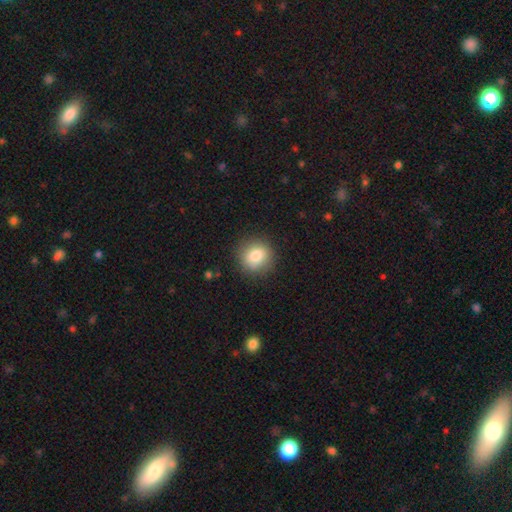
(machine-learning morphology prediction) Smooth or featured?
  - smooth: 83% *
  - star or artifact: 9%
  - featured or disk: 8%
How rounded?
  - round: 86% *
  - in between: 13%
  - cigar-shaped: 1%
Merging?
  - none: 88% *
  - minor disturbance: 9%
  - major disturbance: 3%
  - merger: 1%